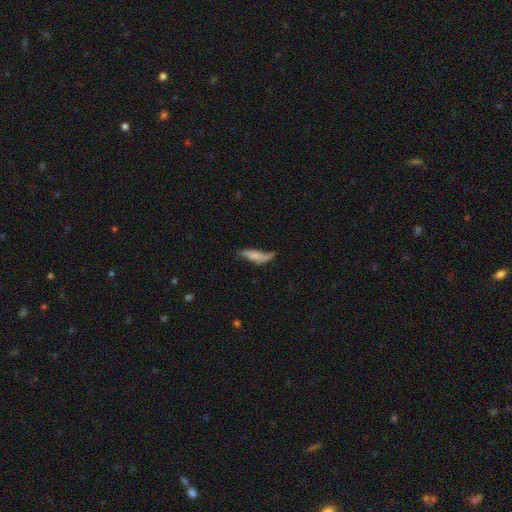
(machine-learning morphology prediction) smooth-or-featured: smooth: 61% | featured or disk: 32% | star or artifact: 8%
  how-rounded: in between: 54% | cigar-shaped: 44% | round: 3%
  merging: none: 36% | minor disturbance: 34% | major disturbance: 23% | merger: 7%